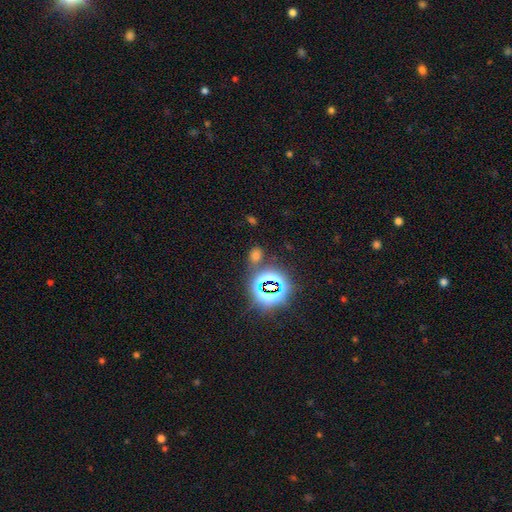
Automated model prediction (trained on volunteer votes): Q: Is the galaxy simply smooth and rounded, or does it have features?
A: smooth — 49%.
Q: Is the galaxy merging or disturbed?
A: none — 71%.